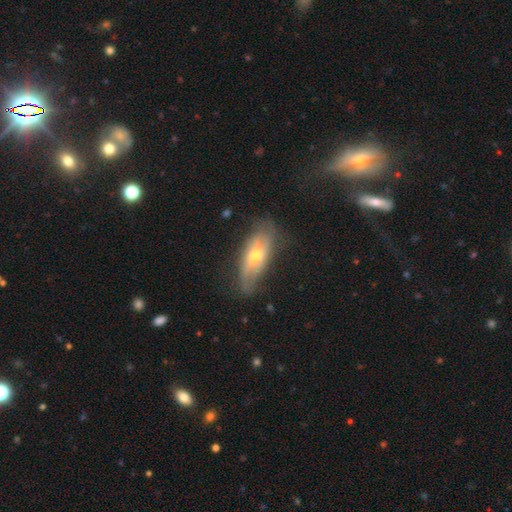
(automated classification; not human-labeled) A featured or disk galaxy (53%). Merging: none (63%).